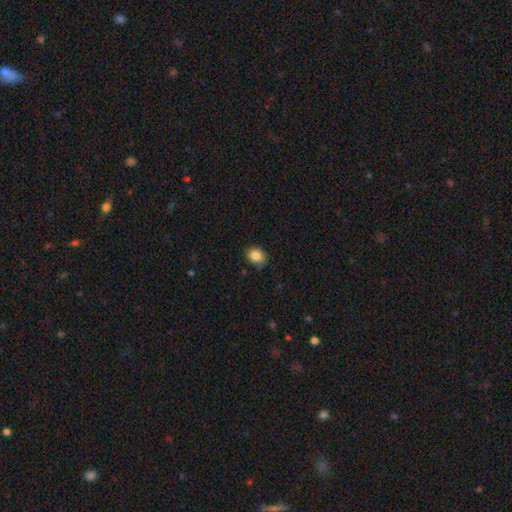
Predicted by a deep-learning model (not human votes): Smooth or featured? smooth (85%)
How rounded? round (63%)
Merging? none (77%)